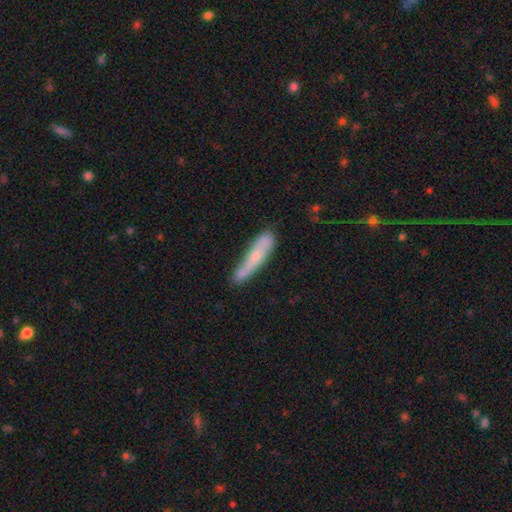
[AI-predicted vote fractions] Smooth or featured?
  - smooth: 52% *
  - featured or disk: 40%
  - star or artifact: 7%
How rounded?
  - cigar-shaped: 87% *
  - in between: 11%
  - round: 2%
Merging?
  - none: 60% *
  - minor disturbance: 27%
  - major disturbance: 7%
  - merger: 7%